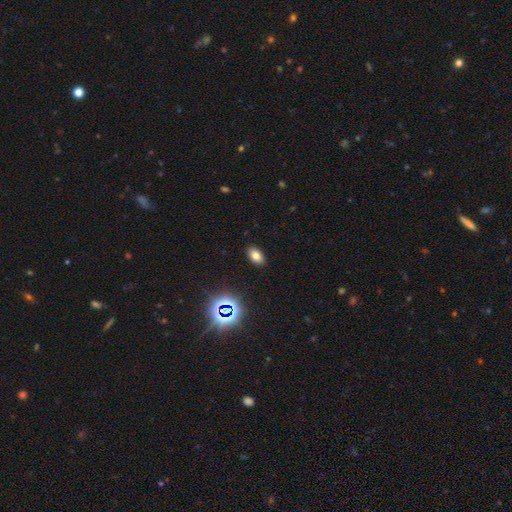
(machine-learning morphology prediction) smooth 73%, star or artifact 18%, featured or disk 9%. Down the decision tree: how rounded — in between (90%); merging — none (89%).